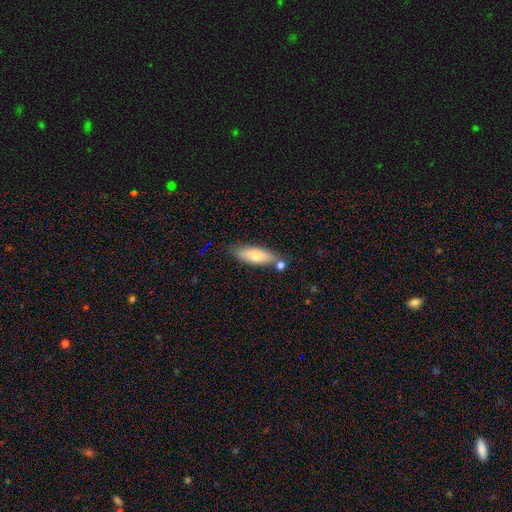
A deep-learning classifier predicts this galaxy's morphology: Smooth or featured? smooth (73%)
How rounded? in between (57%)
Merging? none (69%)